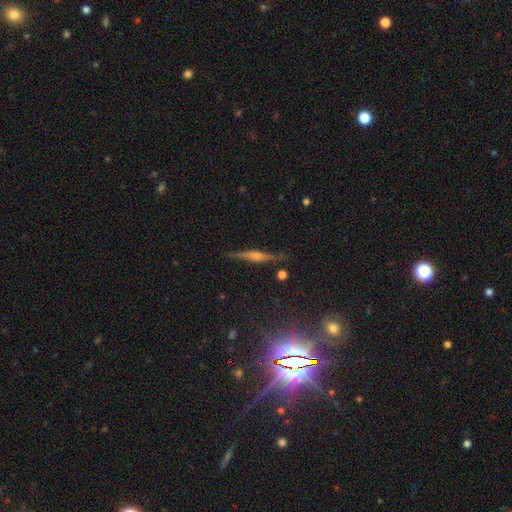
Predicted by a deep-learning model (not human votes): featured or disk 71%, smooth 17%, star or artifact 12%. Down the decision tree: edge-on disk — yes (96%); edge-on bulge — rounded (68%); merging — none (85%).